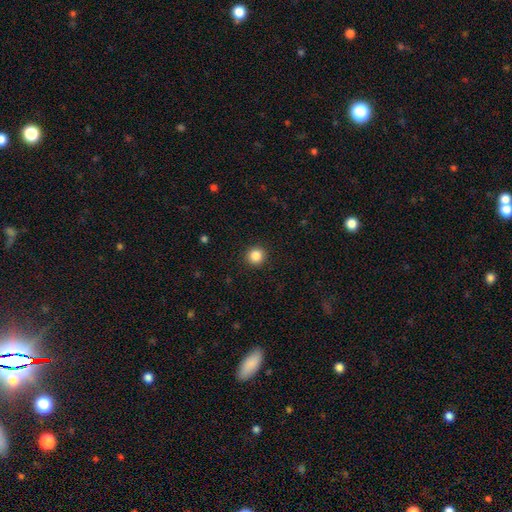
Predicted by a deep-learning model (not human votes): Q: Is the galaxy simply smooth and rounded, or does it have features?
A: smooth — 86%.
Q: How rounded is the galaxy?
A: round — 94%.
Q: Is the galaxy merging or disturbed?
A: none — 92%.